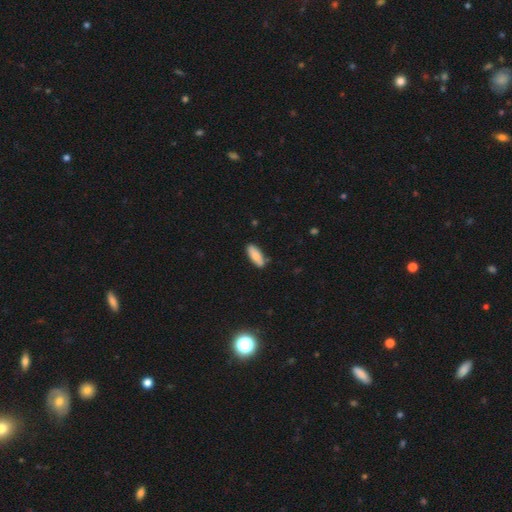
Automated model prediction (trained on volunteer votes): This is clearly a smooth galaxy (80%). How rounded: likely in between (71%). Merging: likely none (79%).